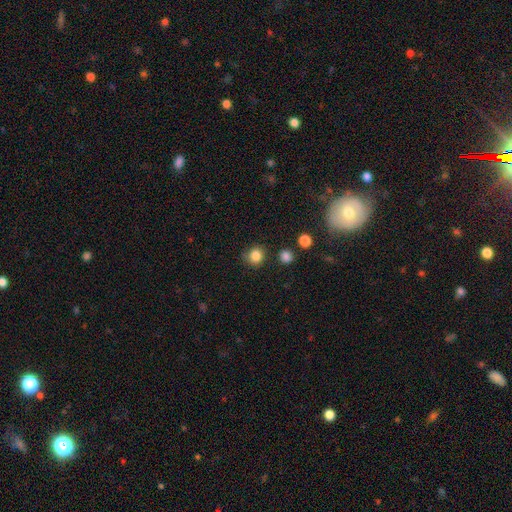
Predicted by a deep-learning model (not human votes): A smooth galaxy with no disk features (84%) that is round (87%).

Vote fractions:
- Smooth or featured? smooth: 84% / star or artifact: 11% / featured or disk: 5%
- How rounded? round: 87% / in between: 12% / cigar-shaped: 1%
- Merging? none: 79% / minor disturbance: 14% / major disturbance: 4% / merger: 3%